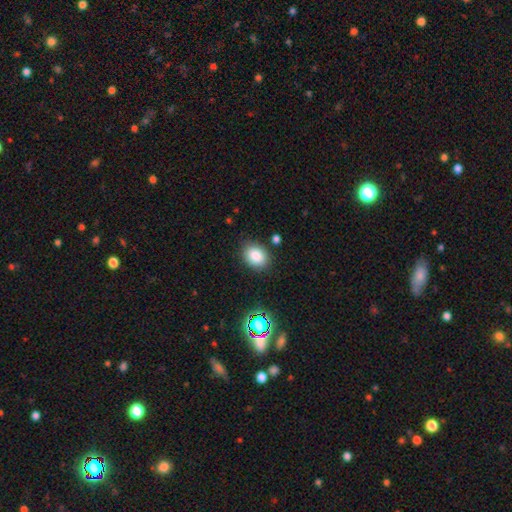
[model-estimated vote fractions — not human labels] Smooth or featured? Predicted: smooth (p=0.84). How rounded? Predicted: in between (p=0.54). Merging? Predicted: none (p=0.83).